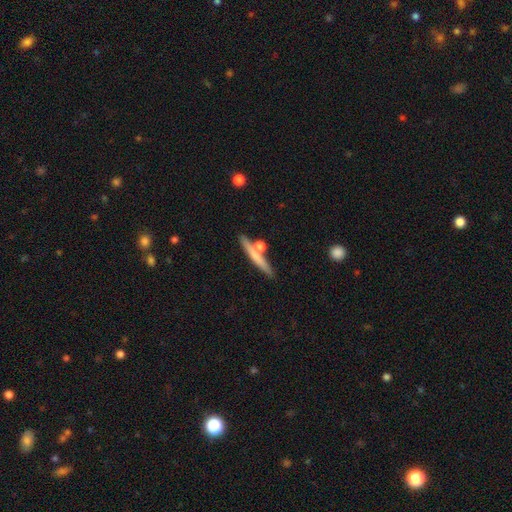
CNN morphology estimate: A smooth galaxy with no disk features (57%) that is cigar-shaped (87%).

Vote fractions:
- Smooth or featured? smooth: 57% / featured or disk: 37% / star or artifact: 6%
- How rounded? cigar-shaped: 87% / in between: 7% / round: 6%
- Merging? none: 71% / merger: 16% / minor disturbance: 10% / major disturbance: 3%